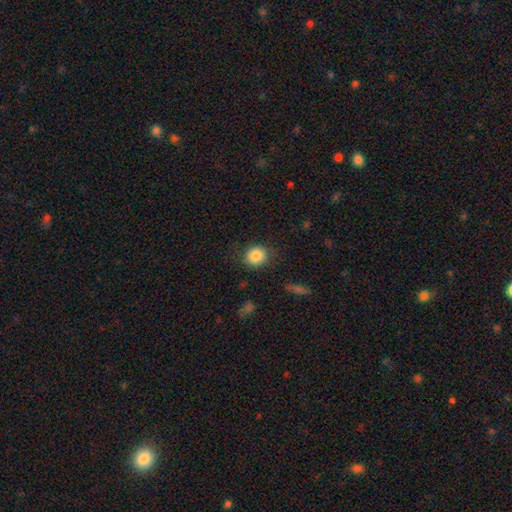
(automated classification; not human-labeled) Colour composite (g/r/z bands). It shows a smooth galaxy with no disk features (86%) that is round (77%). Merging: none (81%).